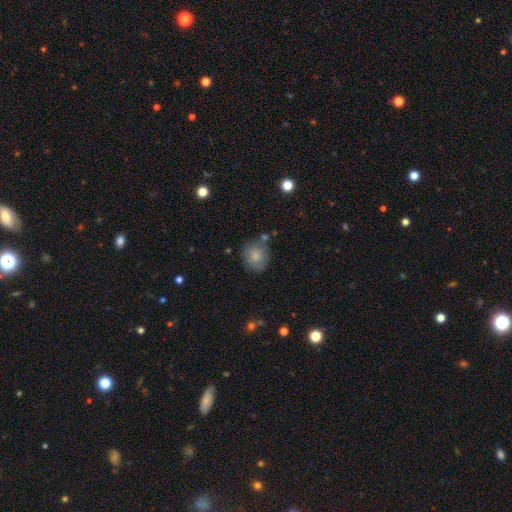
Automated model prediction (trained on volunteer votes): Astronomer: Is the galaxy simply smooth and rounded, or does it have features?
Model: smooth — 81%.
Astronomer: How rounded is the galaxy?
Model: round — 78%.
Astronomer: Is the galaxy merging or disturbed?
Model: none — 68%.